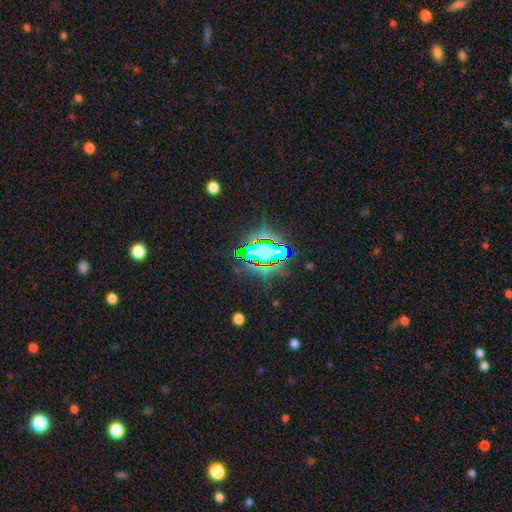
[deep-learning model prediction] Overall: star or artifact (77%).